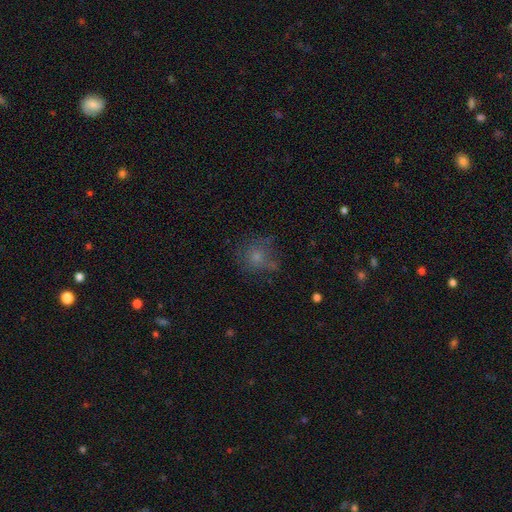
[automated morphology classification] Smooth or featured? smooth (60%)
How rounded? round (84%)
Merging? none (65%)